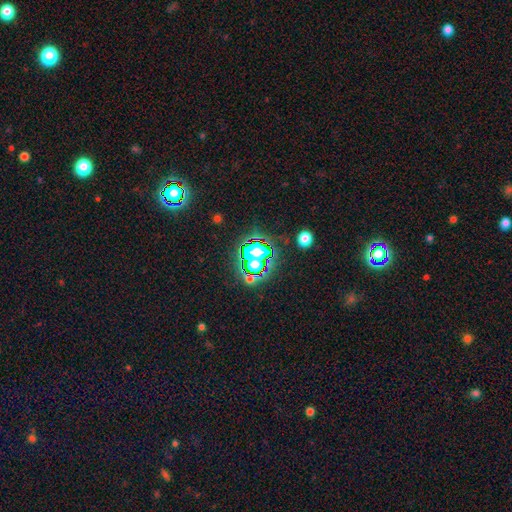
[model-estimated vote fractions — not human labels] smooth-or-featured: star or artifact: 54% | smooth: 31% | featured or disk: 15%